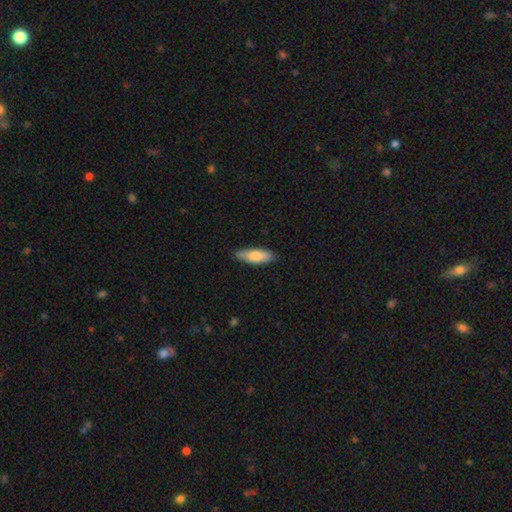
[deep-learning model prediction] Smooth or featured: smooth — 78% (featured or disk — 17%)
How rounded: in between — 56% (cigar-shaped — 42%)
Merging: none — 82% (minor disturbance — 15%)